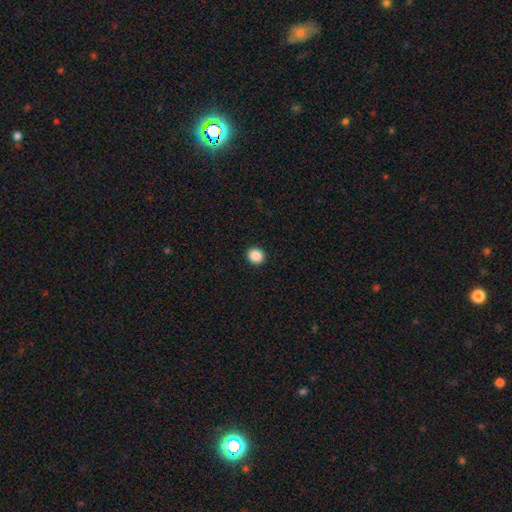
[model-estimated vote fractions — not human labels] Smooth or featured: smooth — 89% (star or artifact — 9%)
How rounded: round — 83% (in between — 16%)
Merging: none — 93% (minor disturbance — 5%)